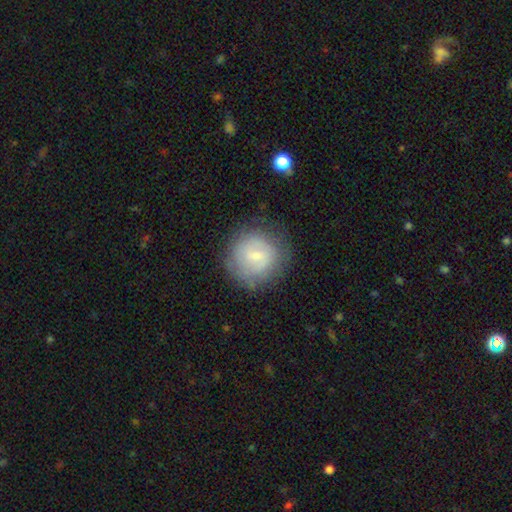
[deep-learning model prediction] Smooth or featured? Predicted: smooth (p=0.53). How rounded? Predicted: round (p=0.92). Merging? Predicted: none (p=0.79).